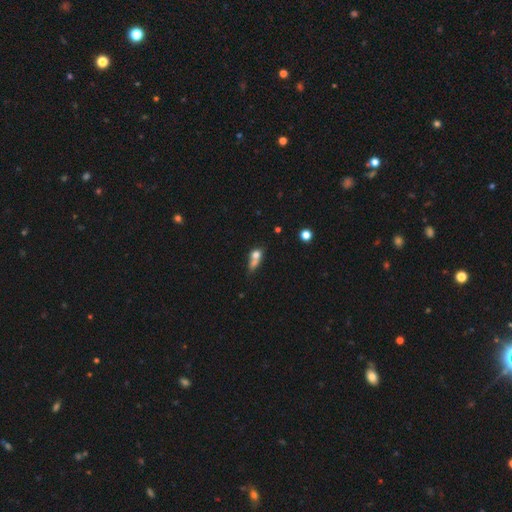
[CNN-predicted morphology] The model was most divided on "how rounded": in between: 48%, round: 36%, cigar-shaped: 17%. Remaining: smooth or featured — smooth (67%); merging — merger (48%).